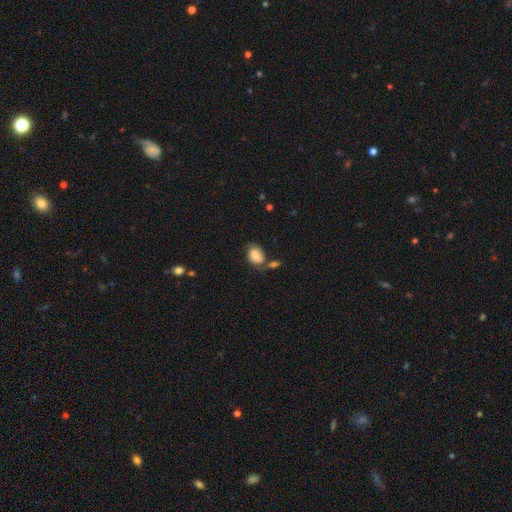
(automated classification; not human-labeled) Q: Smooth or featured?
A: smooth (65%); runner-up: featured or disk (26%)
Q: How rounded?
A: in between (74%); runner-up: round (24%)
Q: Merging?
A: none (46%); runner-up: minor disturbance (22%)